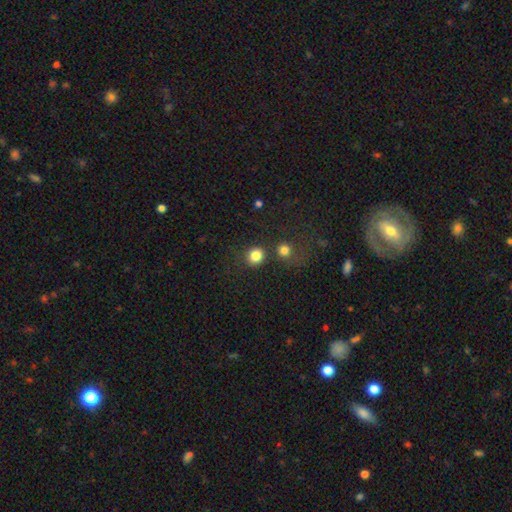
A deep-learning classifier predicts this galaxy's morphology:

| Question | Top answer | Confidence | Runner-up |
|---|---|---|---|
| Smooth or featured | smooth | 83% | star or artifact (12%) |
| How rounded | round | 87% | in between (12%) |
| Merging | none | 76% | merger (12%) |